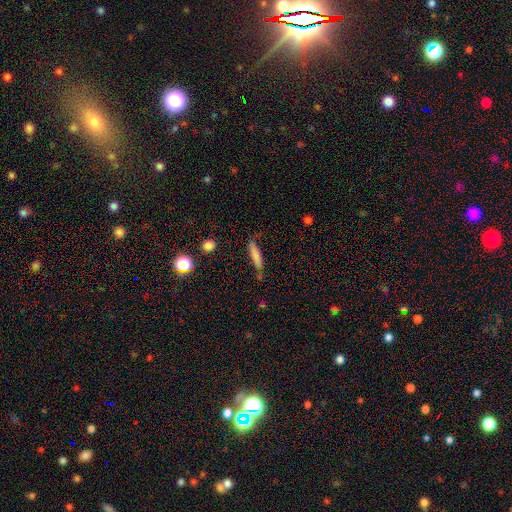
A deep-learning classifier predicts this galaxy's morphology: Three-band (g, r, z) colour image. It shows a smooth galaxy with no disk features (79%) that is cigar-shaped (80%). Merging: none (73%).